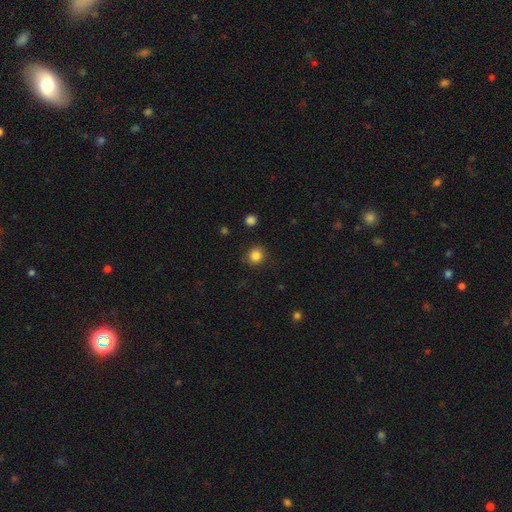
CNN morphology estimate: A smooth galaxy with no disk features (84%) that is round (89%).

Vote fractions:
- Smooth or featured? smooth: 84% / star or artifact: 11% / featured or disk: 4%
- How rounded? round: 89% / in between: 10% / cigar-shaped: 1%
- Merging? none: 87% / minor disturbance: 9% / major disturbance: 3% / merger: 2%